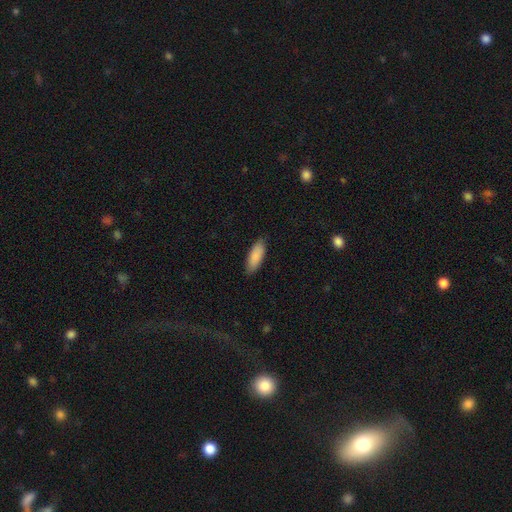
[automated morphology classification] Smooth or featured?
  - smooth: 87% *
  - featured or disk: 8%
  - star or artifact: 6%
How rounded?
  - in between: 72% *
  - cigar-shaped: 27%
  - round: 2%
Merging?
  - none: 84% *
  - minor disturbance: 12%
  - major disturbance: 2%
  - merger: 1%